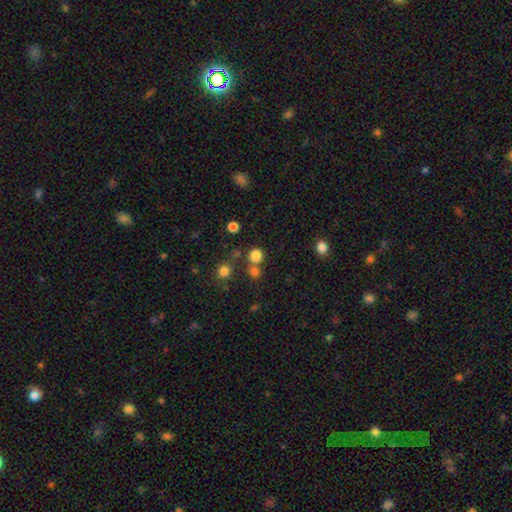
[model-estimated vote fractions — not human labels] Smooth or featured: smooth — 79% (star or artifact — 16%)
How rounded: round — 89% (in between — 10%)
Merging: none — 67% (merger — 22%)